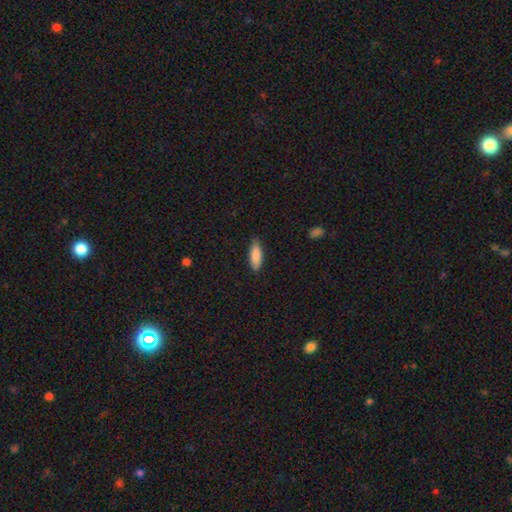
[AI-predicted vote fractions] Morphology: type=smooth (87%); roundness=in between (59%); merging=none (83%).